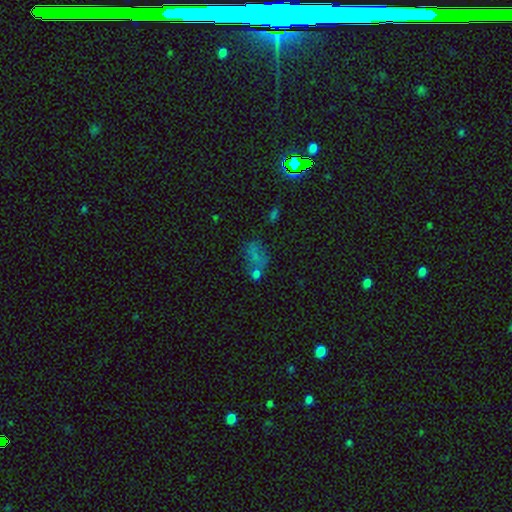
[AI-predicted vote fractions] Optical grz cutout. It shows a smooth galaxy with no disk features (50%). Merging: none (42%).